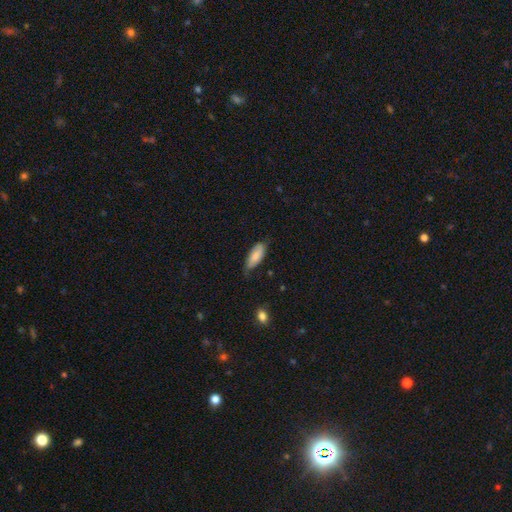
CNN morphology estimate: smooth_or_featured: smooth (p=0.79) [alt: featured or disk p=0.15]
how_rounded: in between (p=0.76) [alt: cigar-shaped p=0.22]
merging: none (p=0.60) [alt: minor disturbance p=0.32]